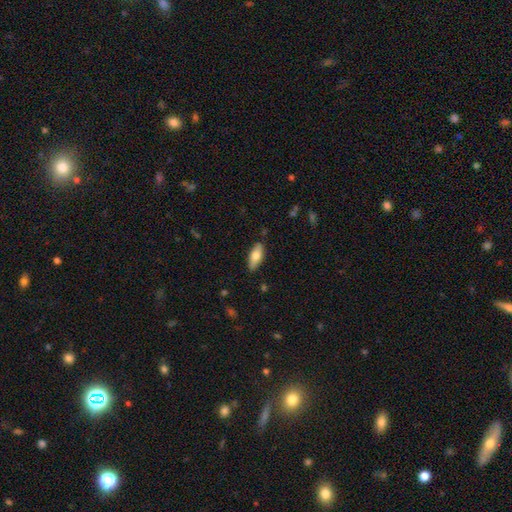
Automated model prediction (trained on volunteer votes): smooth-or-featured: smooth: 73% | featured or disk: 21% | star or artifact: 6%
  how-rounded: in between: 77% | cigar-shaped: 21% | round: 2%
  merging: none: 85% | minor disturbance: 11% | major disturbance: 2% | merger: 1%